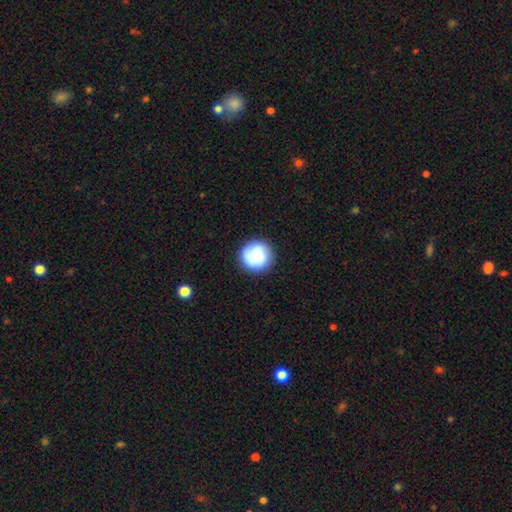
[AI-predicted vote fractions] smooth 82%, featured or disk 11%, star or artifact 7%. Down the decision tree: how rounded — round (95%); merging — none (88%).